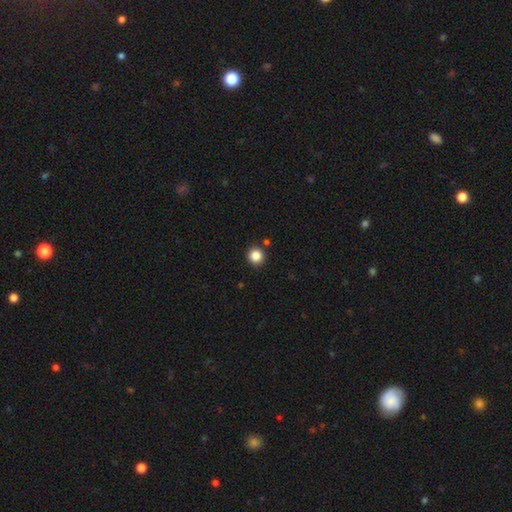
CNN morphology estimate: Smooth or featured? Predicted: smooth (p=0.85). How rounded? Predicted: round (p=0.95). Merging? Predicted: none (p=0.88).